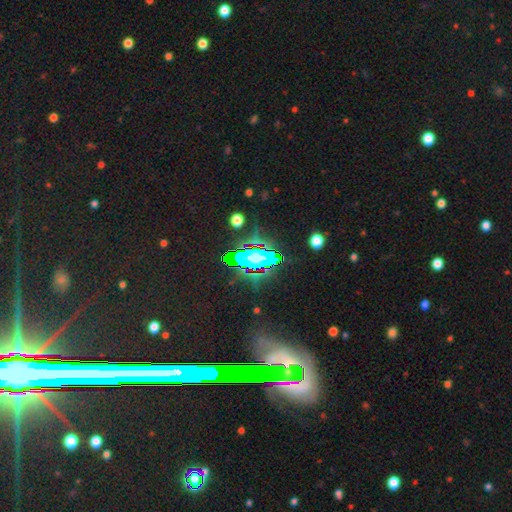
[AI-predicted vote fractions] star or artifact 70%, featured or disk 15%, smooth 15%.